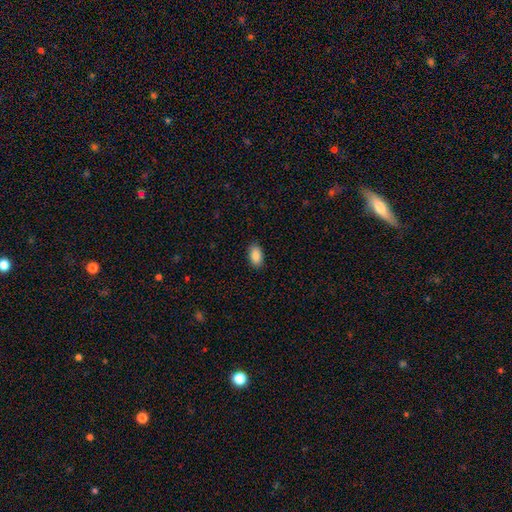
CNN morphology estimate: Smooth or featured: smooth — 88% (star or artifact — 7%)
How rounded: in between — 93% (round — 5%)
Merging: none — 89% (minor disturbance — 8%)